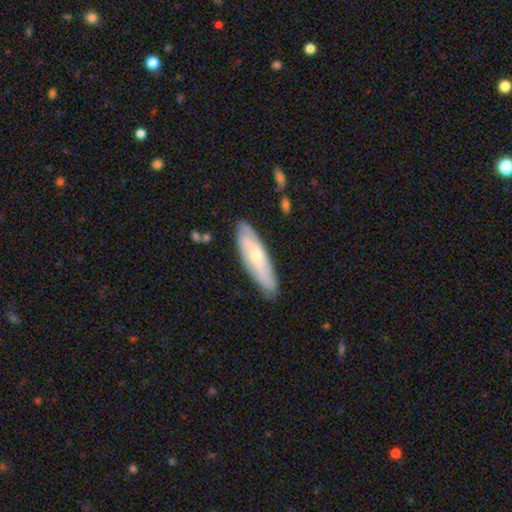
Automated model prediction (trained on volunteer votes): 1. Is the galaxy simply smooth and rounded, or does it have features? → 58% featured or disk, 37% smooth, 6% star or artifact.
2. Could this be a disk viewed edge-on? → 70% no, 30% yes.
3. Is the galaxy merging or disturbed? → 84% none, 12% minor disturbance, 2% major disturbance, 1% merger.